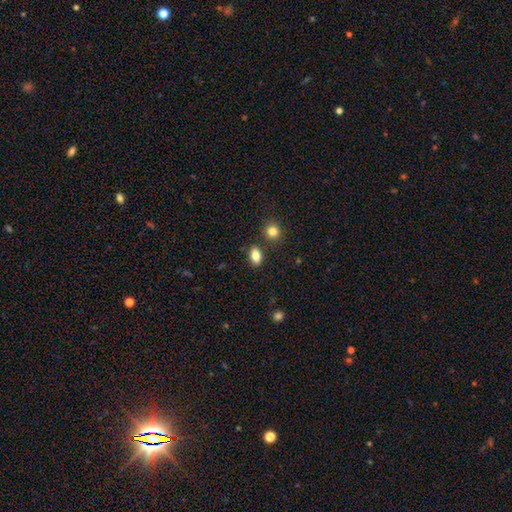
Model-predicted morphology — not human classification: Smooth or featured: smooth — 84% (star or artifact — 9%)
How rounded: in between — 85% (round — 12%)
Merging: none — 83% (minor disturbance — 9%)